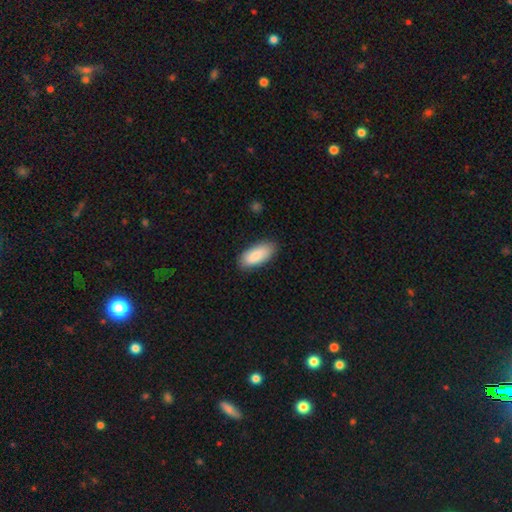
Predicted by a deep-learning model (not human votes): smooth-or-featured: smooth: 87% | featured or disk: 7% | star or artifact: 5%
  how-rounded: in between: 87% | cigar-shaped: 12% | round: 2%
  merging: none: 84% | minor disturbance: 13% | major disturbance: 2% | merger: 1%